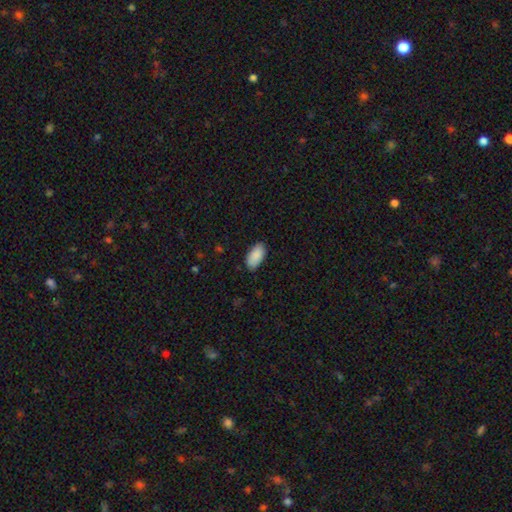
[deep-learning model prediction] The model was most divided on "merging": none: 84%, minor disturbance: 13%, major disturbance: 2%, merger: 1%. More confident: how rounded — in between (95%); smooth or featured — smooth (90%).